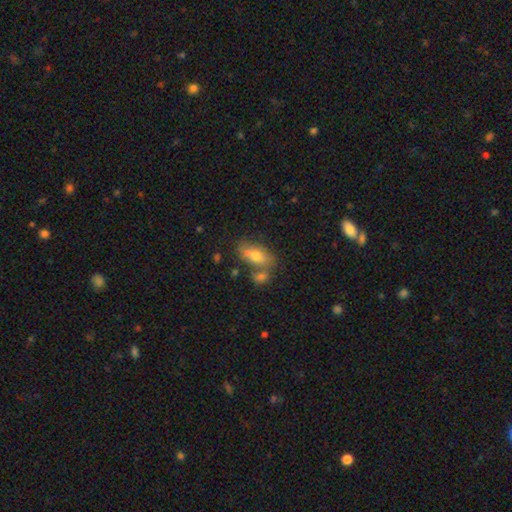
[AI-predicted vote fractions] smooth-or-featured: smooth: 67% | featured or disk: 24% | star or artifact: 9%
  how-rounded: in between: 83% | cigar-shaped: 11% | round: 6%
  merging: none: 54% | merger: 25% | minor disturbance: 16% | major disturbance: 5%